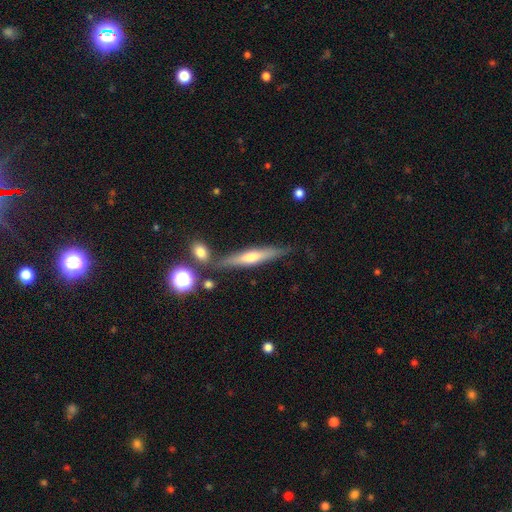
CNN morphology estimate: A featured or disk galaxy (51%) viewed edge-on (93%). Merging: none (74%).